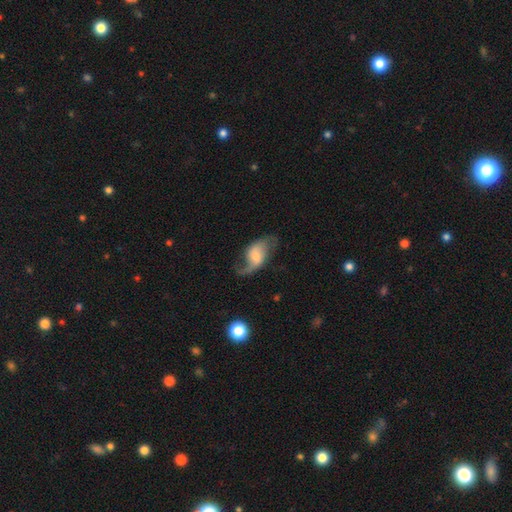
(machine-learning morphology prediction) Smooth or featured?
  - featured or disk: 70% *
  - smooth: 23%
  - star or artifact: 7%
Edge-on disk?
  - no: 96% *
  - yes: 4%
Bar?
  - weak: 45% *
  - no: 39%
  - strong: 16%
Spiral arms?
  - yes: 91% *
  - no: 9%
Spiral winding?
  - loose: 73% *
  - medium: 22%
  - tight: 5%
Spiral arm count?
  - 2: 77% *
  - 1: 17%
  - can't tell: 4%
  - 3: 1%
  - 4: 1%
  - more than 4: 1%
Bulge size?
  - moderate: 35% *
  - small: 31%
  - large: 17%
  - none: 14%
  - dominant: 4%
Merging?
  - none: 55% *
  - major disturbance: 22%
  - minor disturbance: 21%
  - merger: 2%